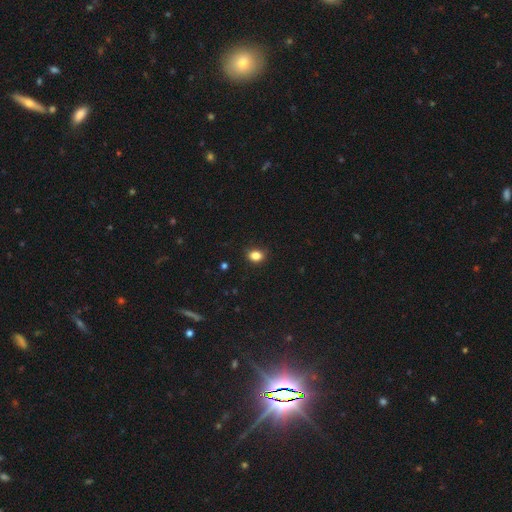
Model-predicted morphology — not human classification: The model was most divided on "how rounded": in between: 51%, round: 47%, cigar-shaped: 1%. More confident: merging — none (85%); smooth or featured — smooth (85%).